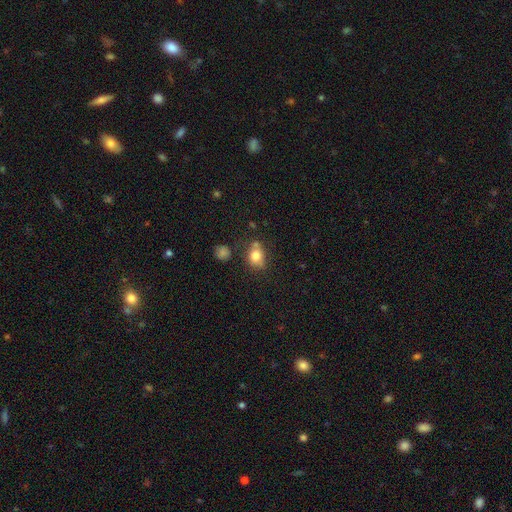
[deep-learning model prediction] This appears to be a smooth galaxy with no disk features (78%) that is in between round and cigar-shaped (50%). Merging: none (58%).